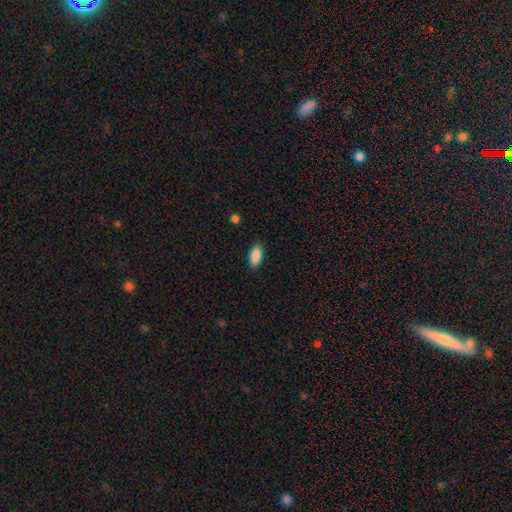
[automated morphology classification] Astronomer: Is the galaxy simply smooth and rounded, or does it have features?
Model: smooth — 90%.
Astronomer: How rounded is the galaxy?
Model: in between — 86%.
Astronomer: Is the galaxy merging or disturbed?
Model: none — 88%.